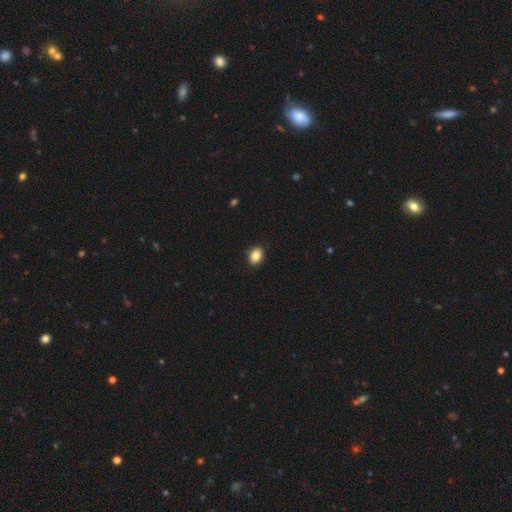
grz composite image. It shows a smooth galaxy with no disk features (75%) that is in between round and cigar-shaped (83%). Merging: none (74%).